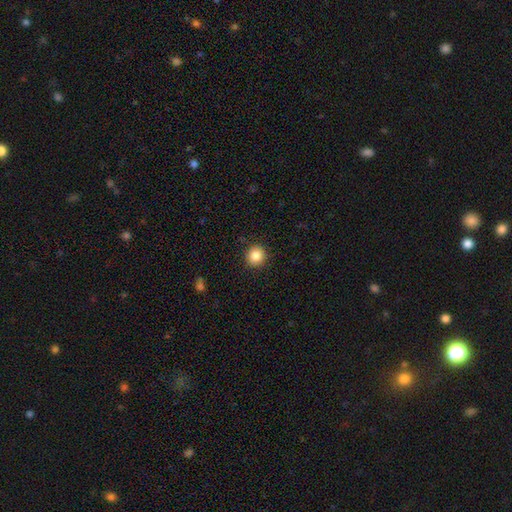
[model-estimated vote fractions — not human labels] smooth-or-featured: smooth: 85% | star or artifact: 10% | featured or disk: 5%
  how-rounded: round: 93% | in between: 6% | cigar-shaped: 1%
  merging: none: 92% | minor disturbance: 5% | major disturbance: 2% | merger: 1%